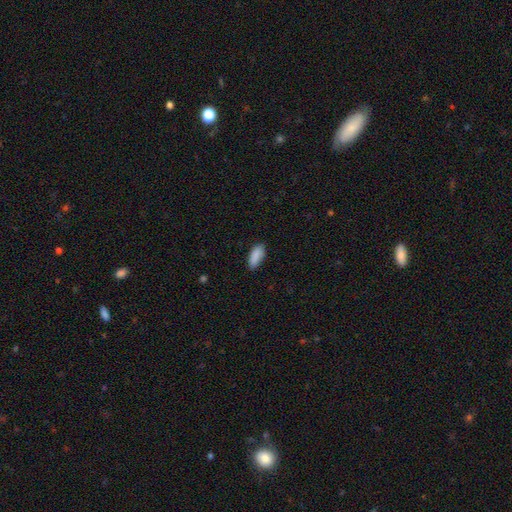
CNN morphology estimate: smooth_or_featured: smooth (p=0.89) [alt: star or artifact p=0.07]
how_rounded: in between (p=0.82) [alt: cigar-shaped p=0.16]
merging: none (p=0.82) [alt: minor disturbance p=0.15]